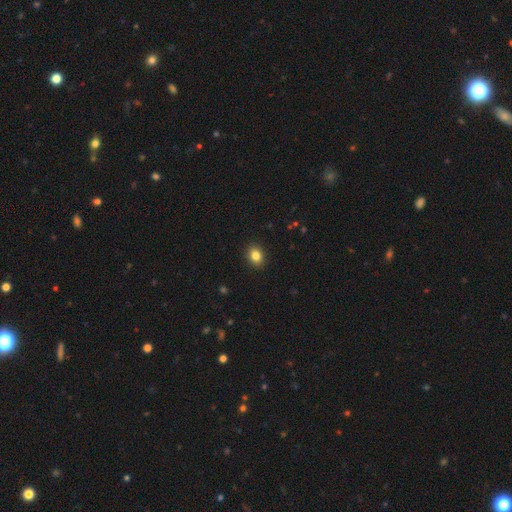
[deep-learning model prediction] Smooth or featured: smooth — 85% (star or artifact — 10%)
How rounded: in between — 60% (round — 39%)
Merging: none — 90% (minor disturbance — 7%)